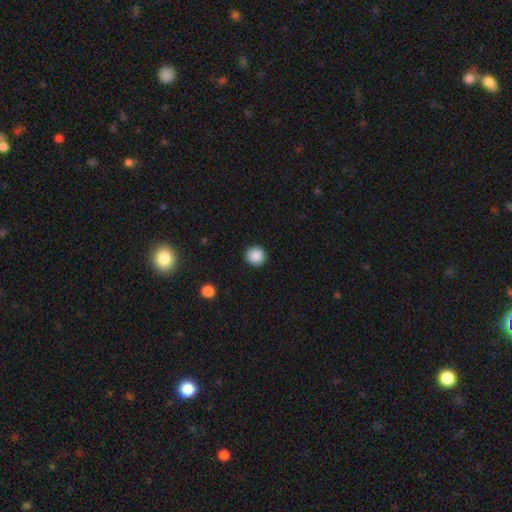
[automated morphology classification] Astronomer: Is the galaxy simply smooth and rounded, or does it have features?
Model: smooth — 88%.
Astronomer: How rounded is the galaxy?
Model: round — 96%.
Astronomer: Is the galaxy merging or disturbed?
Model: none — 92%.